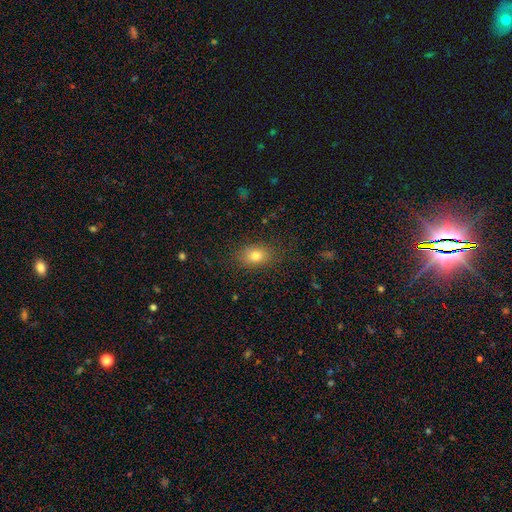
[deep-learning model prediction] Q: Smooth or featured?
A: smooth (80%); runner-up: star or artifact (11%)
Q: How rounded?
A: in between (74%); runner-up: round (24%)
Q: Merging?
A: none (83%); runner-up: minor disturbance (12%)